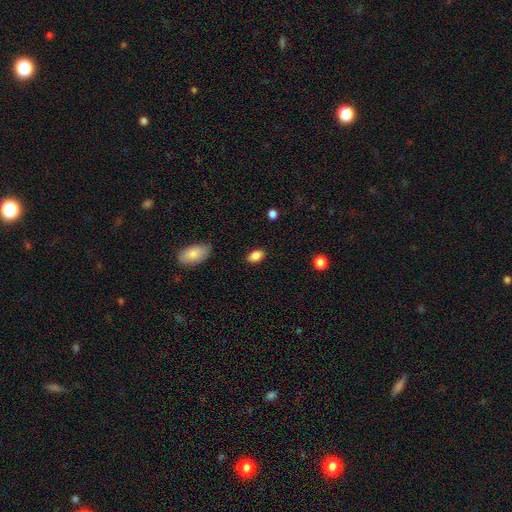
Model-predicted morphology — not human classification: This is clearly a smooth galaxy (86%). How rounded: clearly in between (89%). Merging: clearly none (85%).